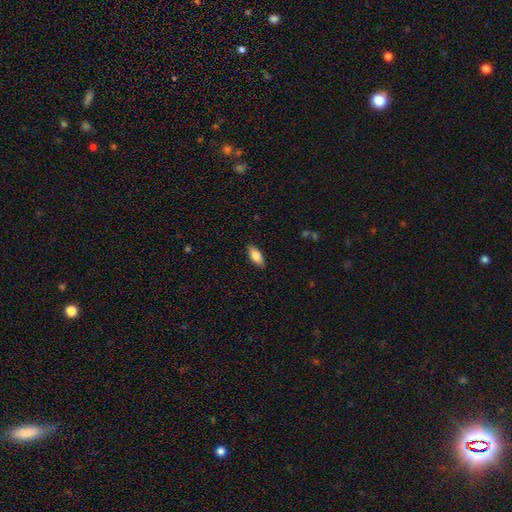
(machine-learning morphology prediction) type=smooth (78%); roundness=in between (81%); merging=none (88%).